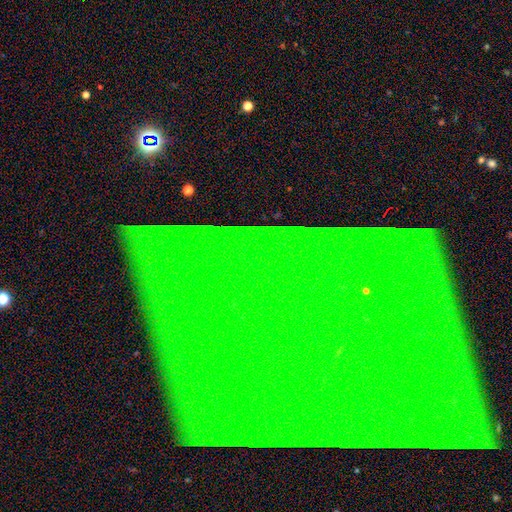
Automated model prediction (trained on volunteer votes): Smooth or featured: star or artifact — 84% (featured or disk — 9%)